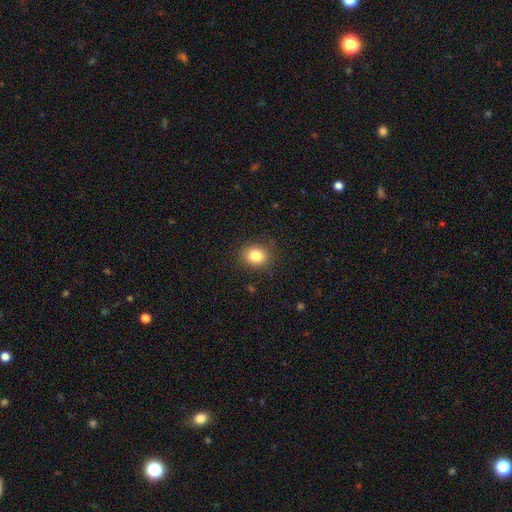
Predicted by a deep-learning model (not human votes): This appears to be a smooth galaxy with no disk features (83%) that is round (63%). Merging: none (87%).